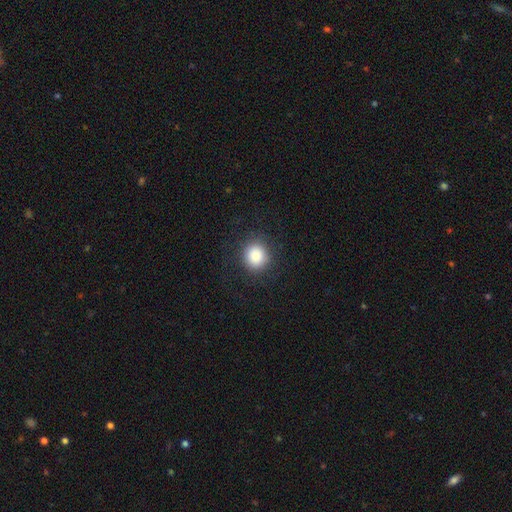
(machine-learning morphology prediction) The model was most divided on "how rounded": round: 87%, in between: 13%, cigar-shaped: 1%. More confident: merging — none (87%); smooth or featured — smooth (86%).